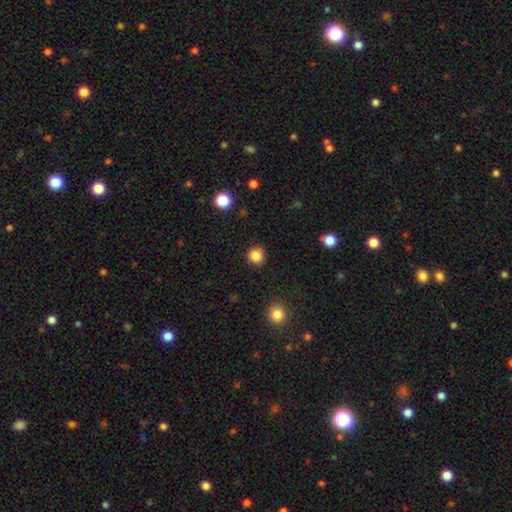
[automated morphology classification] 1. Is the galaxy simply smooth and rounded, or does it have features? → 85% smooth, 11% star or artifact, 4% featured or disk.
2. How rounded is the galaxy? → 93% round, 6% in between, 1% cigar-shaped.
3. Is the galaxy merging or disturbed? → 90% none, 7% minor disturbance, 2% major disturbance, 1% merger.